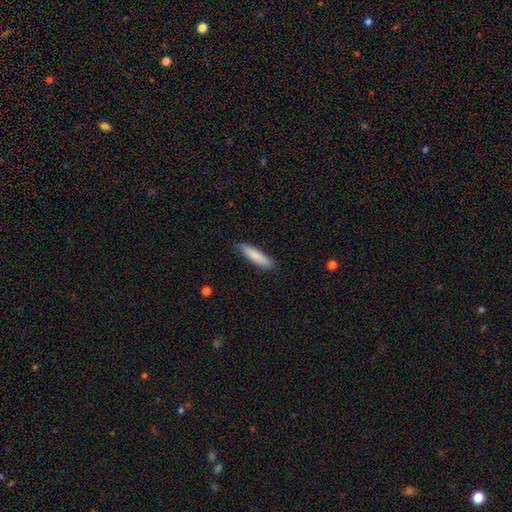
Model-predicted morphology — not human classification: smooth_or_featured: smooth (p=0.84) [alt: featured or disk p=0.10]
how_rounded: cigar-shaped (p=0.80) [alt: in between p=0.19]
merging: none (p=0.86) [alt: minor disturbance p=0.11]